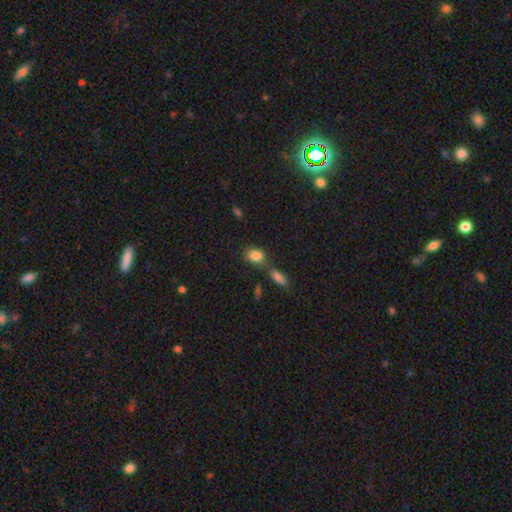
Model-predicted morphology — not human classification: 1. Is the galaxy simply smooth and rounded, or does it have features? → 84% smooth, 9% star or artifact, 7% featured or disk.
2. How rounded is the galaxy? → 70% in between, 28% round, 2% cigar-shaped.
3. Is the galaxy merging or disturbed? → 59% none, 22% merger, 15% minor disturbance, 4% major disturbance.